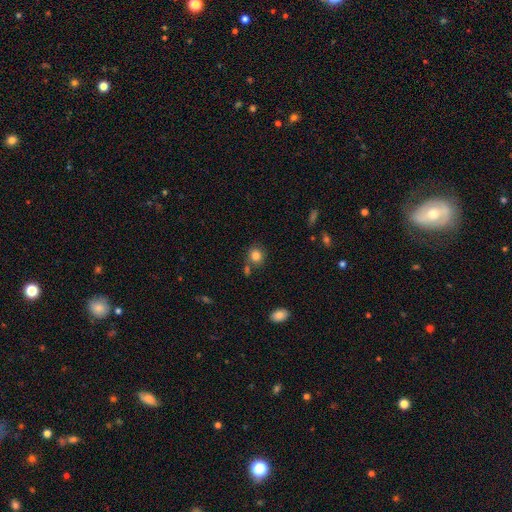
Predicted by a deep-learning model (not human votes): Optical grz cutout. It shows a smooth galaxy with no disk features (84%) that is round (82%). Merging: none (73%).